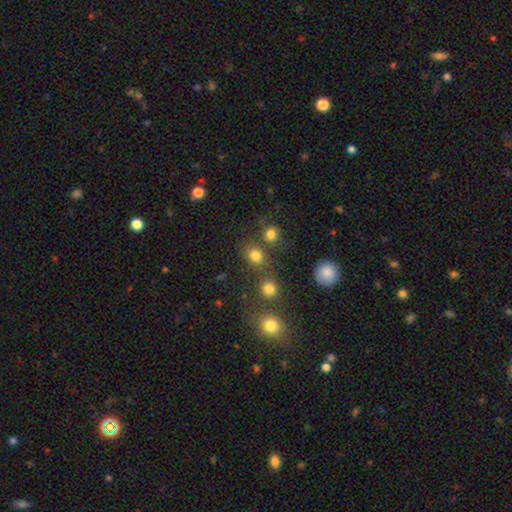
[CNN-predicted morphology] The model was most divided on "how rounded": round: 72%, in between: 27%, cigar-shaped: 1%. More confident: smooth or featured — smooth (79%); merging — none (69%).